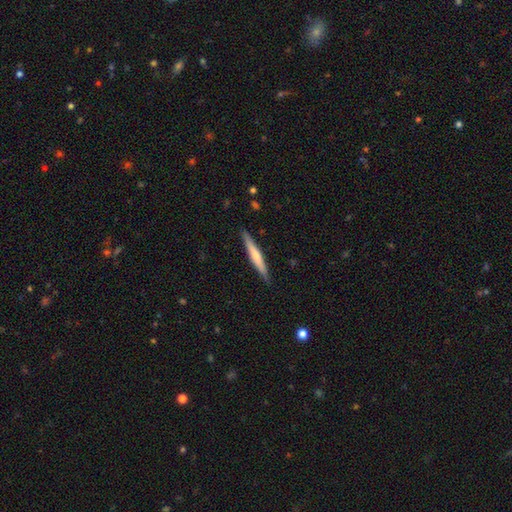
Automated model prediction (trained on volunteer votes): This is possibly a smooth galaxy (49%). Merging: clearly none (90%).